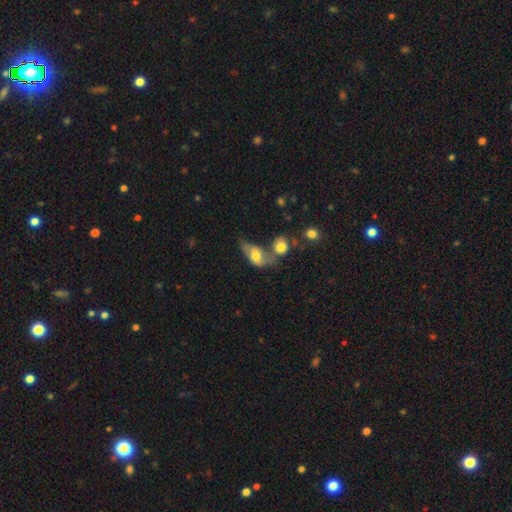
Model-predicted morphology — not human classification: This appears to be a smooth galaxy with no disk features (62%) that is in between round and cigar-shaped (79%). Merging: merger (52%).